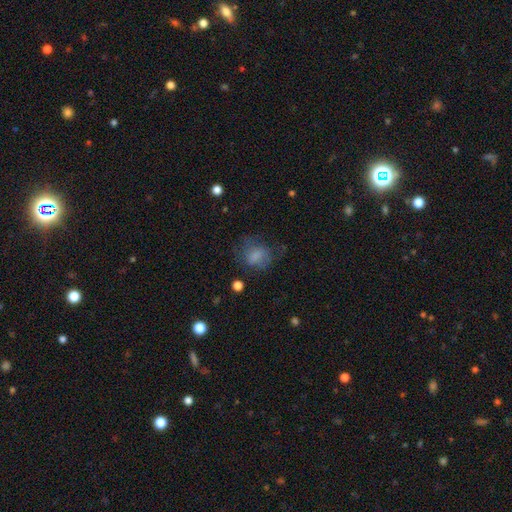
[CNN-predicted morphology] smooth_or_featured: smooth (p=0.71) [alt: featured or disk p=0.17]
how_rounded: round (p=0.58) [alt: in between p=0.41]
merging: none (p=0.50) [alt: minor disturbance p=0.24]